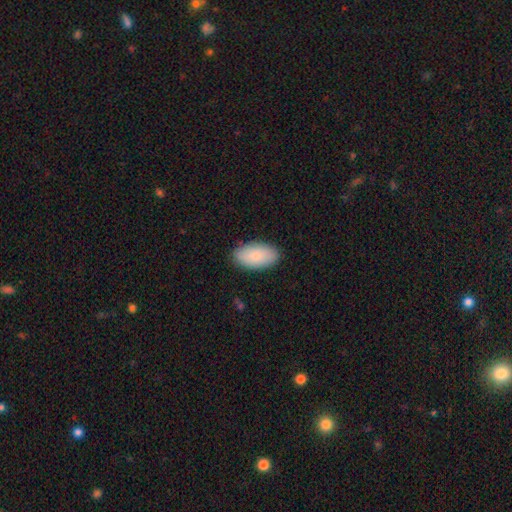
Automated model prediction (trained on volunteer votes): smooth_or_featured: smooth (p=0.84) [alt: featured or disk p=0.10]
how_rounded: in between (p=0.94) [alt: cigar-shaped p=0.03]
merging: none (p=0.88) [alt: minor disturbance p=0.09]